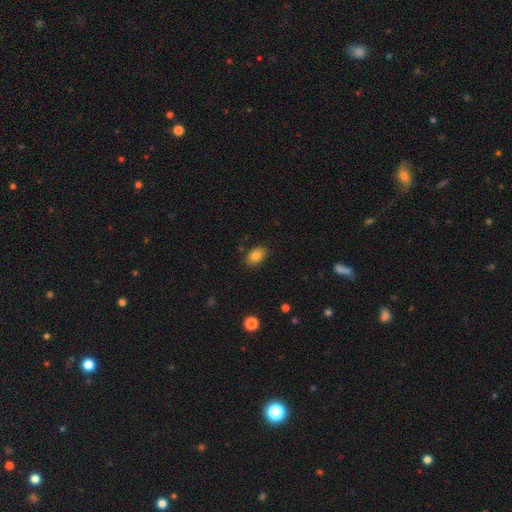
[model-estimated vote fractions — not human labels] Overall: smooth (84%). How rounded: in between (86%). Merging: none (86%).